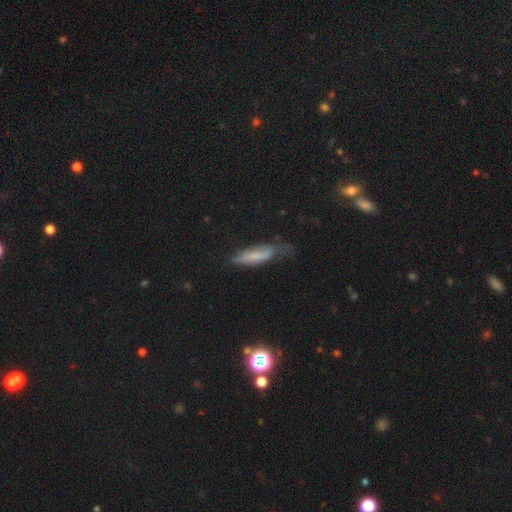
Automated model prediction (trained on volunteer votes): This is possibly a smooth galaxy (55%). How rounded: likely cigar-shaped (63%). Merging: marginally none (42%).